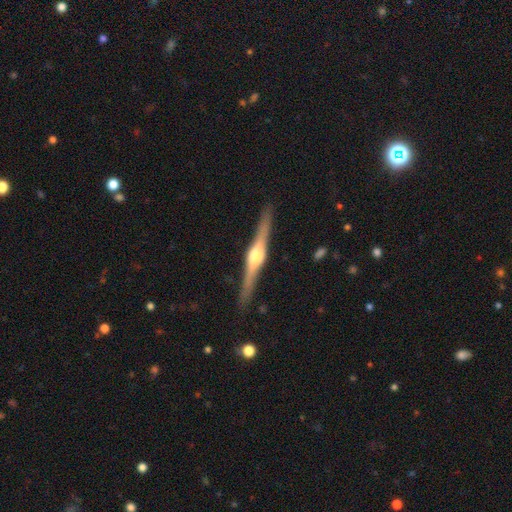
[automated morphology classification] Smooth or featured?
  - featured or disk: 82% *
  - smooth: 13%
  - star or artifact: 5%
Edge-on disk?
  - yes: 98% *
  - no: 2%
Edge-on bulge?
  - rounded: 91% *
  - boxy: 6%
  - none: 2%
Merging?
  - none: 89% *
  - minor disturbance: 8%
  - major disturbance: 2%
  - merger: 1%